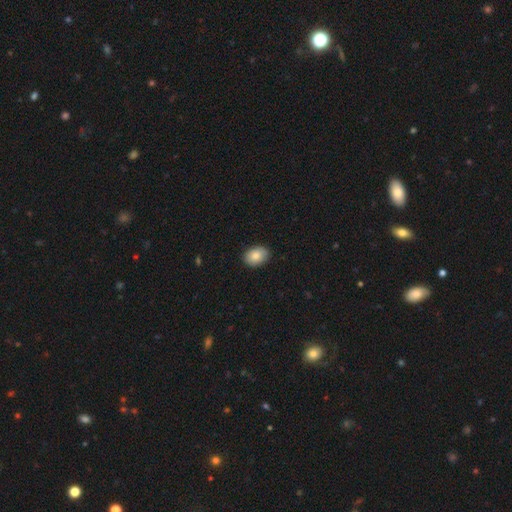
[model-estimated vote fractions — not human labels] smooth 85%, featured or disk 8%, star or artifact 7%. Down the decision tree: how rounded — in between (80%); merging — none (88%).